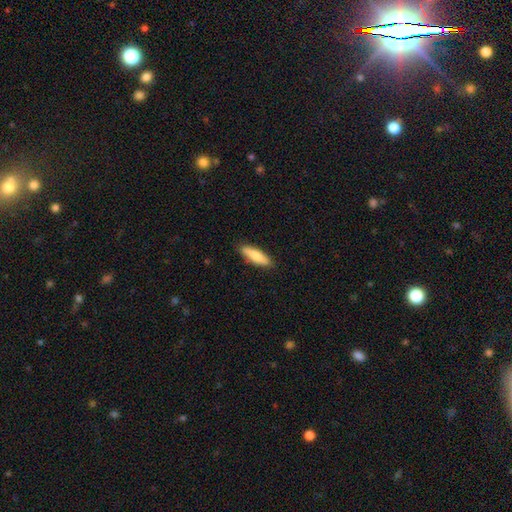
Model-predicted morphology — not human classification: Q: Smooth or featured?
A: smooth (77%); runner-up: featured or disk (17%)
Q: How rounded?
A: cigar-shaped (62%); runner-up: in between (36%)
Q: Merging?
A: none (88%); runner-up: minor disturbance (10%)